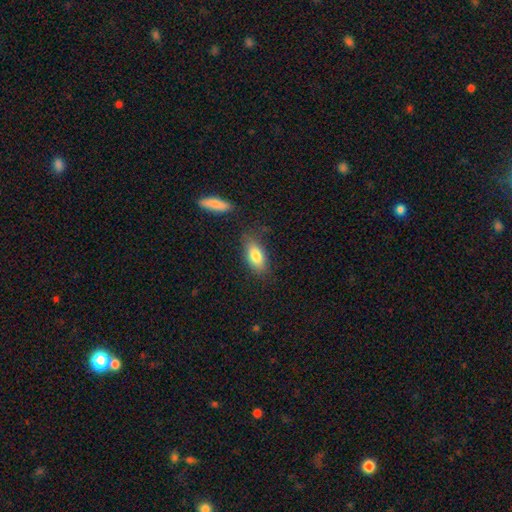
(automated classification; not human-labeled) Smooth or featured? smooth (81%)
How rounded? in between (86%)
Merging? none (75%)